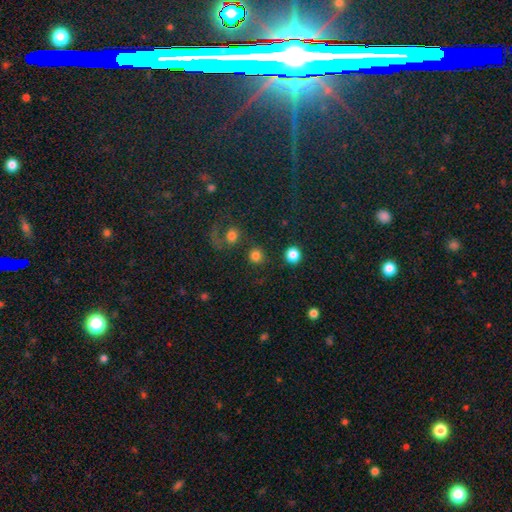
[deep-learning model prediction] This is clearly a smooth galaxy (80%). How rounded: clearly round (91%). Merging: likely none (79%).